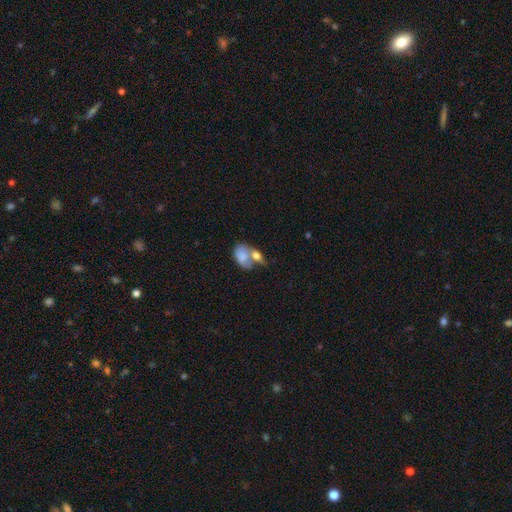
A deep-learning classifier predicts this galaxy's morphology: Smooth or featured: smooth — 71% (featured or disk — 22%)
How rounded: in between — 82% (round — 16%)
Merging: merger — 63% (none — 19%)